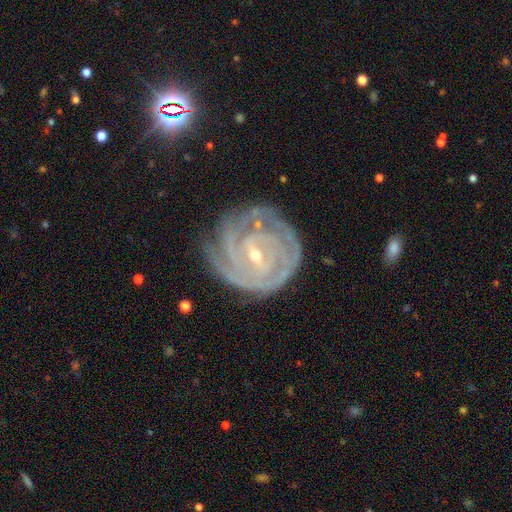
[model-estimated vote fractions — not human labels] A featured or disk galaxy (89%) with a weak bar (49%), 3 (26%, tied with can't tell) tight (80%) spiral arms (96%) and a small central bulge (65%). Merging: none (71%).